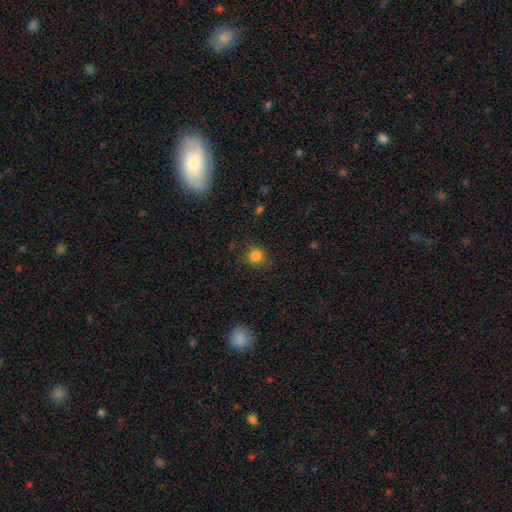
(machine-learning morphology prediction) smooth-or-featured: smooth: 83% | star or artifact: 12% | featured or disk: 4%
  how-rounded: round: 87% | in between: 12% | cigar-shaped: 1%
  merging: none: 80% | minor disturbance: 15% | major disturbance: 4% | merger: 1%